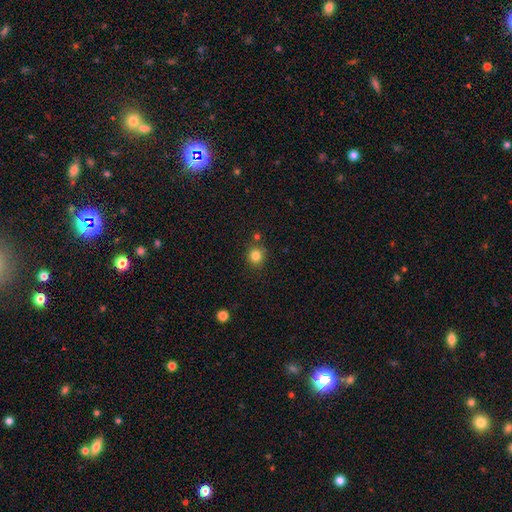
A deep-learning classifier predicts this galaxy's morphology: type=smooth (83%); roundness=round (87%); merging=none (82%).